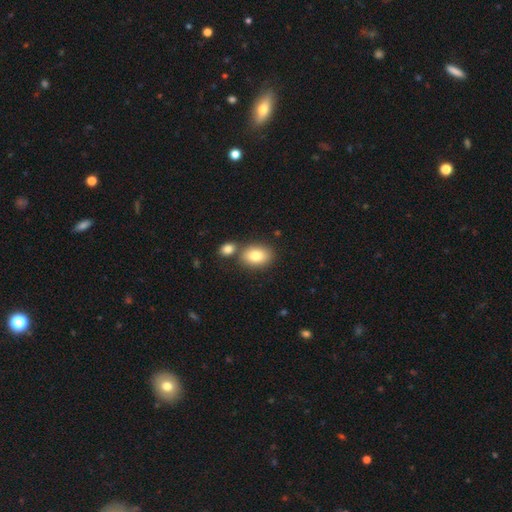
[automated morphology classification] Smooth or featured? smooth (82%)
How rounded? in between (79%)
Merging? none (63%)